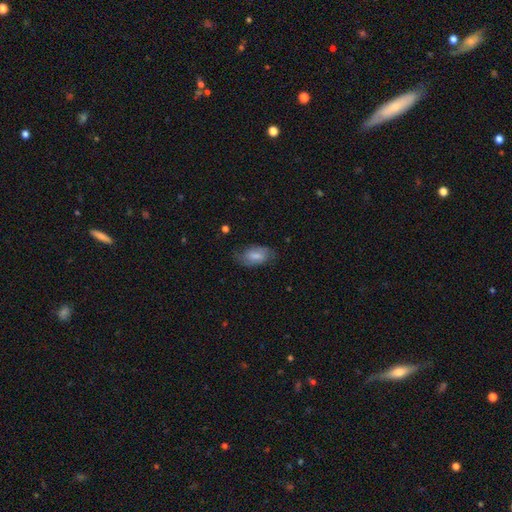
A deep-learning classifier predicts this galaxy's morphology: Smooth or featured? Predicted: smooth (p=0.61). How rounded? Predicted: in between (p=0.91). Merging? Predicted: none (p=0.67).